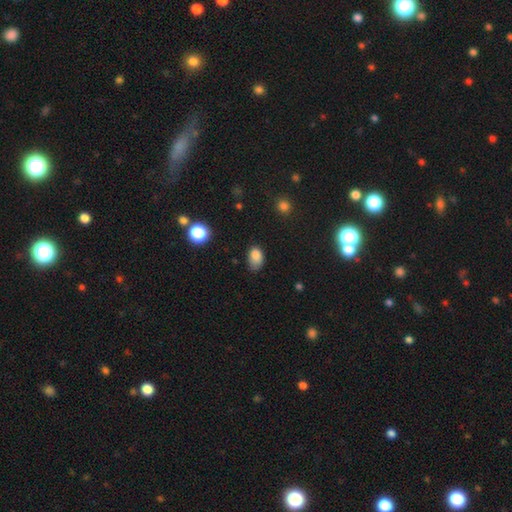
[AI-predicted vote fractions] This appears to be a smooth galaxy with no disk features (83%) that is in between round and cigar-shaped (86%). Merging: none (53%).